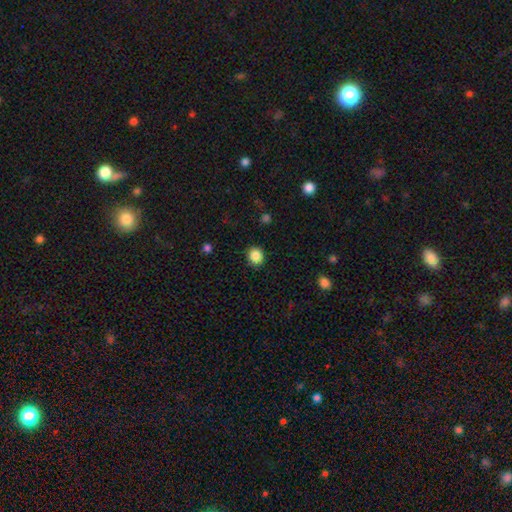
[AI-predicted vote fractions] smooth-or-featured: smooth: 87% | star or artifact: 10% | featured or disk: 4%
  how-rounded: round: 81% | in between: 18% | cigar-shaped: 1%
  merging: none: 89% | minor disturbance: 7% | major disturbance: 2% | merger: 1%